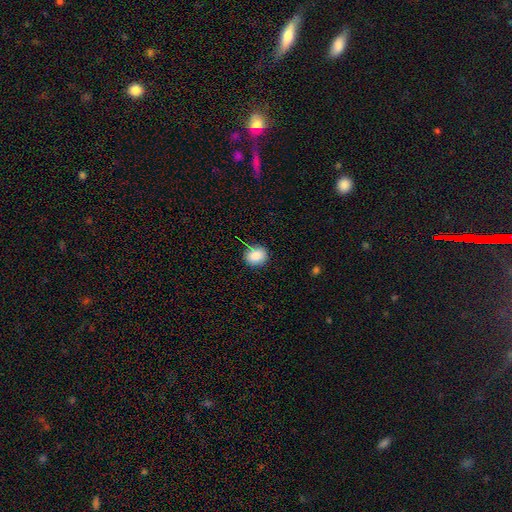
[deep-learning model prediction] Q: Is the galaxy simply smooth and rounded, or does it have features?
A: smooth — 84%.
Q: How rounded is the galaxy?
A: round — 68%.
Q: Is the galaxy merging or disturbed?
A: none — 76%.